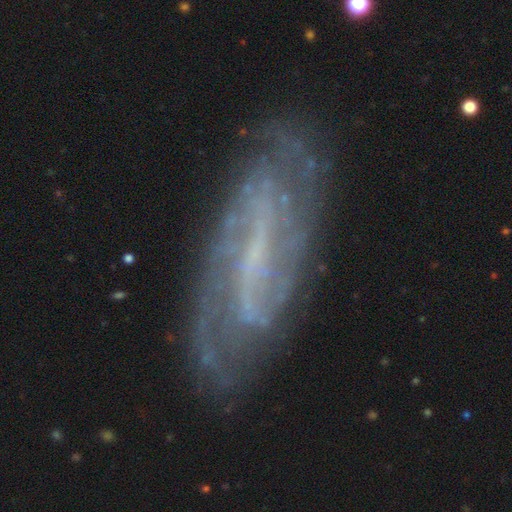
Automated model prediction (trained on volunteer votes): Overall: featured or disk (83%). Edge-on disk: no (89%). Bar: strong (46%; weak 38%). Spiral arms: yes (93%). Spiral arm count: 2 (54%; can't tell 27%). Spiral winding: tight (46%; medium 38%). Bulge size: small (44%; none 42%). Merging: none (79%).